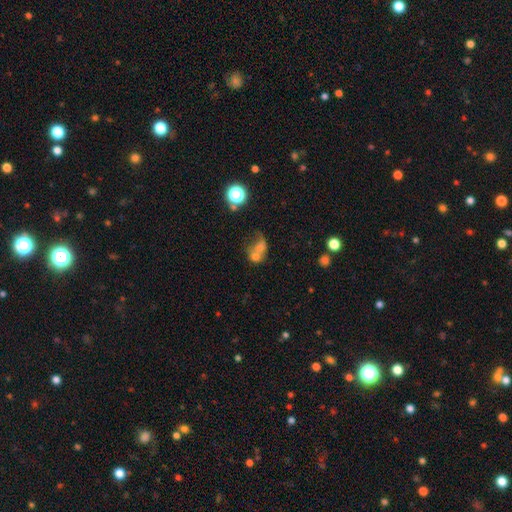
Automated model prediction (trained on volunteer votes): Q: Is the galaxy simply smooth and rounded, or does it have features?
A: smooth — 59%.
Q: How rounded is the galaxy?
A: round — 55%.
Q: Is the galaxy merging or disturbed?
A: merger — 68%.